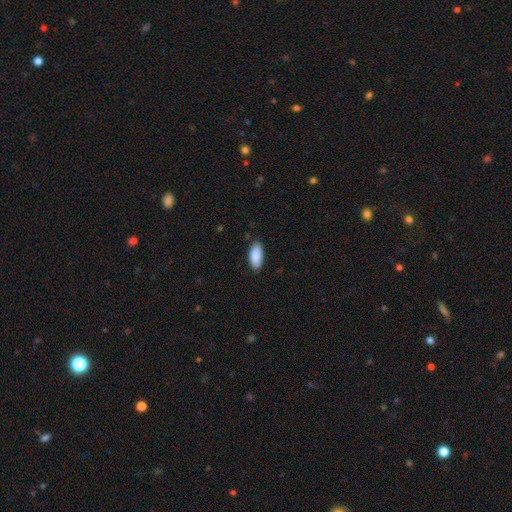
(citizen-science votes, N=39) smooth-or-featured: smooth: 85% | star or artifact: 13% | featured or disk: 3%
  how-rounded: in between: 76% | cigar-shaped: 24% | round: 0%
  merging: none: 91% | minor disturbance: 6% | major disturbance: 3% | merger: 0%